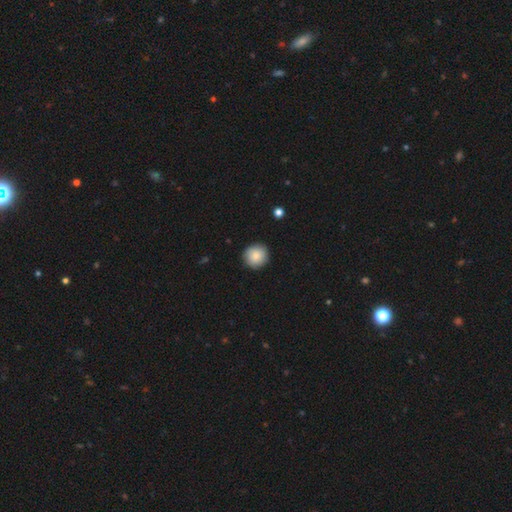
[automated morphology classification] Overall: smooth (85%). How rounded: round (94%). Merging: none (90%).